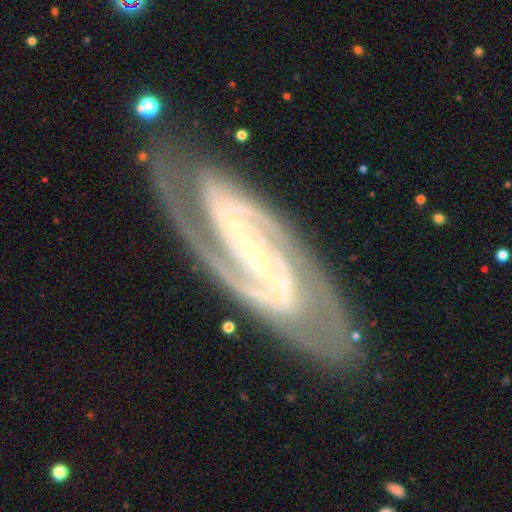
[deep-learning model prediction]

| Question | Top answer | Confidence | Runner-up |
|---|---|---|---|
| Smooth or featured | featured or disk | 92% | star or artifact (5%) |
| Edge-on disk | no | 93% | yes (7%) |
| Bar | strong | 60% | weak (24%) |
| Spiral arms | yes | 98% | no (2%) |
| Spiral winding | tight | 46% | tied: medium (46%) |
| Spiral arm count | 2 | 83% | 3 (6%) |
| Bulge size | small | 86% | moderate (9%) |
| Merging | none | 80% | minor disturbance (13%) |